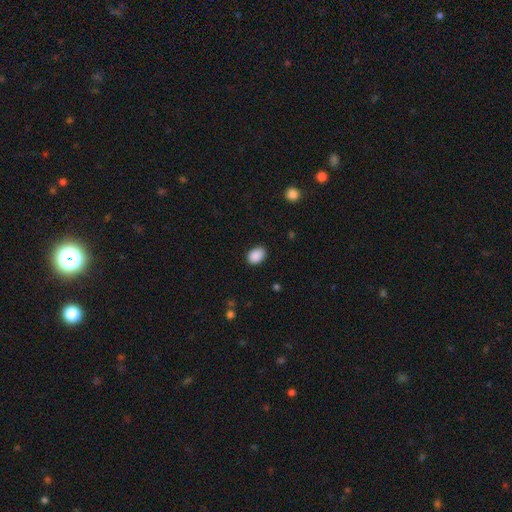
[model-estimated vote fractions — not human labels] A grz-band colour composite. It shows a smooth galaxy with no disk features (90%) that is in between round and cigar-shaped (79%). Merging: none (86%).